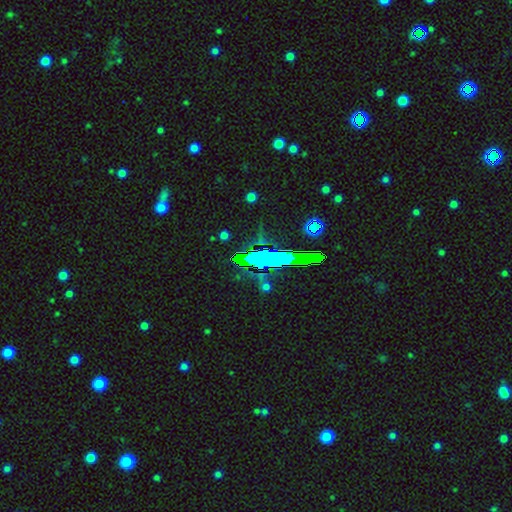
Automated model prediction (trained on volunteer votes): This appears to be a star or artifact, not a galaxy (69%).